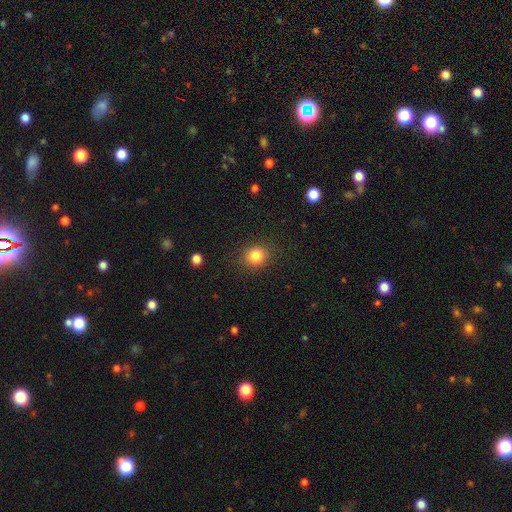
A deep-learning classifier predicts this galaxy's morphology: Q: Smooth or featured?
A: smooth (83%); runner-up: star or artifact (11%)
Q: How rounded?
A: round (77%); runner-up: in between (22%)
Q: Merging?
A: none (87%); runner-up: minor disturbance (9%)